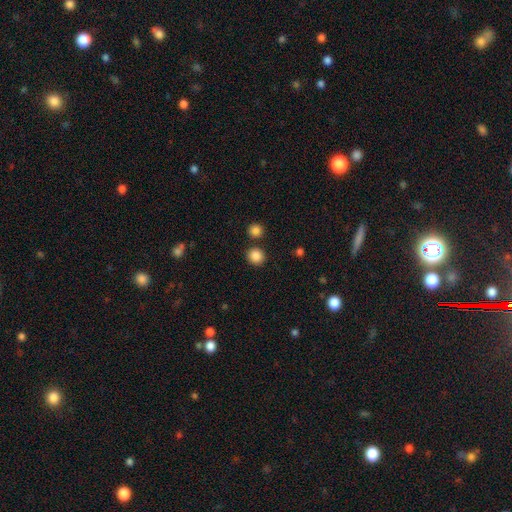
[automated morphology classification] A smooth galaxy with no disk features (86%) that is round (89%).

Vote fractions:
- Smooth or featured? smooth: 86% / star or artifact: 10% / featured or disk: 4%
- How rounded? round: 89% / in between: 10% / cigar-shaped: 1%
- Merging? none: 85% / minor disturbance: 6% / merger: 6% / major disturbance: 2%